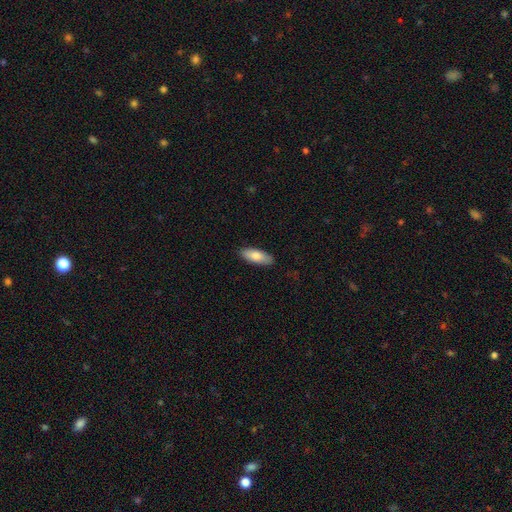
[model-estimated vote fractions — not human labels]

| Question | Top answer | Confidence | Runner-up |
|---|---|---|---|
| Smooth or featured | smooth | 80% | featured or disk (14%) |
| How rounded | in between | 77% | cigar-shaped (22%) |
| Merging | none | 88% | minor disturbance (9%) |